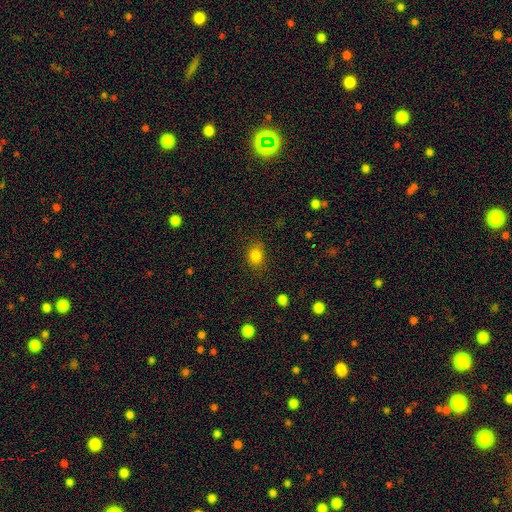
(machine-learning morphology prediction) Smooth or featured?
  - smooth: 82% *
  - star or artifact: 12%
  - featured or disk: 5%
How rounded?
  - in between: 51% *
  - round: 48%
  - cigar-shaped: 1%
Merging?
  - none: 82% *
  - minor disturbance: 13%
  - major disturbance: 4%
  - merger: 1%